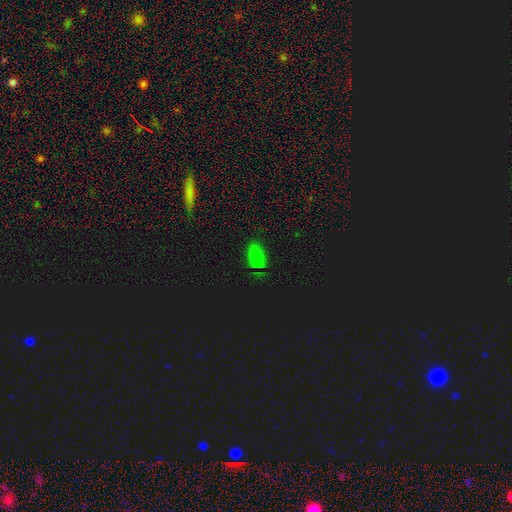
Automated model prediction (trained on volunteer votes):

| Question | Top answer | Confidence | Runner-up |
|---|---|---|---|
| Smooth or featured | smooth | 60% | star or artifact (32%) |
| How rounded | in between | 80% | cigar-shaped (13%) |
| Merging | none | 73% | minor disturbance (19%) |